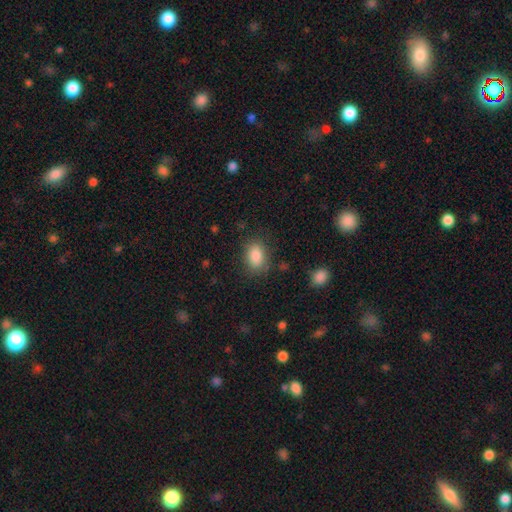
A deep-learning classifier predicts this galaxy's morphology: Q: Smooth or featured?
A: smooth (86%); runner-up: star or artifact (8%)
Q: How rounded?
A: in between (83%); runner-up: round (16%)
Q: Merging?
A: none (79%); runner-up: minor disturbance (14%)